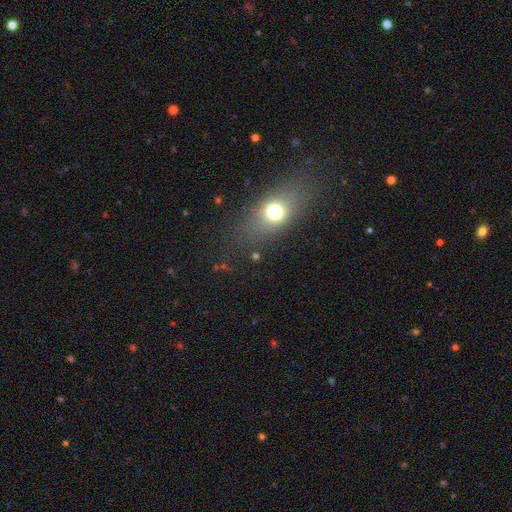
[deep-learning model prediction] Morphology: type=smooth (59%); roundness=in between (50%); merging=none (77%).